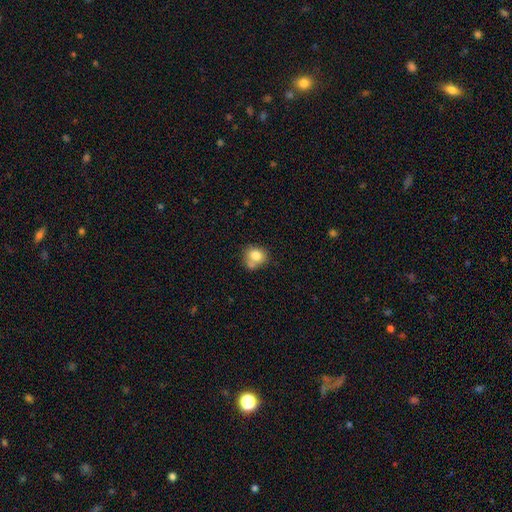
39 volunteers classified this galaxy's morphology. Q: Smooth or featured?
A: smooth (85%); runner-up: featured or disk (13%)
Q: How rounded?
A: round (82%); runner-up: in between (18%)
Q: Merging?
A: none (50%); runner-up: merger (24%)